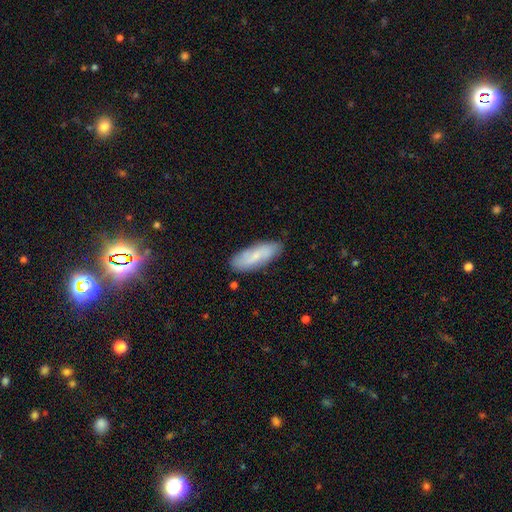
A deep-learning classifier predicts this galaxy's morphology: Smooth or featured? Predicted: smooth (p=0.67). How rounded? Predicted: in between (p=0.65). Merging? Predicted: none (p=0.80).